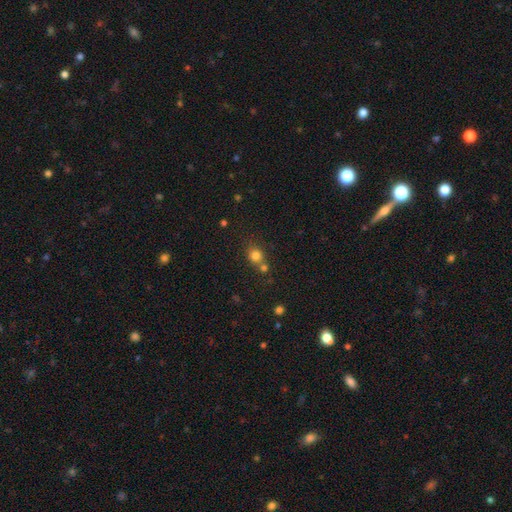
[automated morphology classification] smooth_or_featured: smooth (p=0.79) [alt: star or artifact p=0.14]
how_rounded: round (p=0.80) [alt: in between p=0.19]
merging: none (p=0.55) [alt: merger p=0.32]